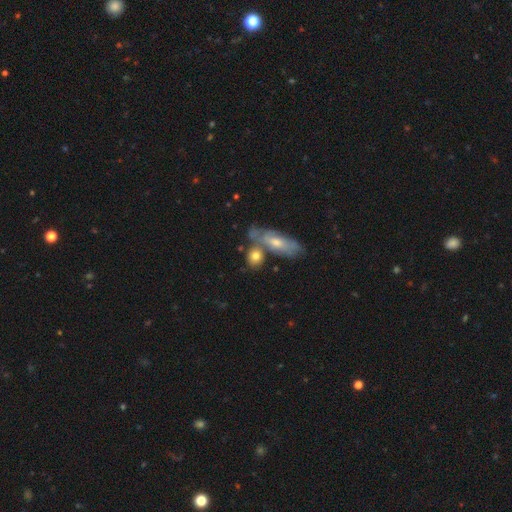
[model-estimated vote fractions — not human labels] Smooth or featured?
  - smooth: 72% *
  - featured or disk: 21%
  - star or artifact: 7%
How rounded?
  - in between: 46% *
  - round: 42%
  - cigar-shaped: 12%
Merging?
  - none: 53% *
  - merger: 28%
  - minor disturbance: 14%
  - major disturbance: 5%